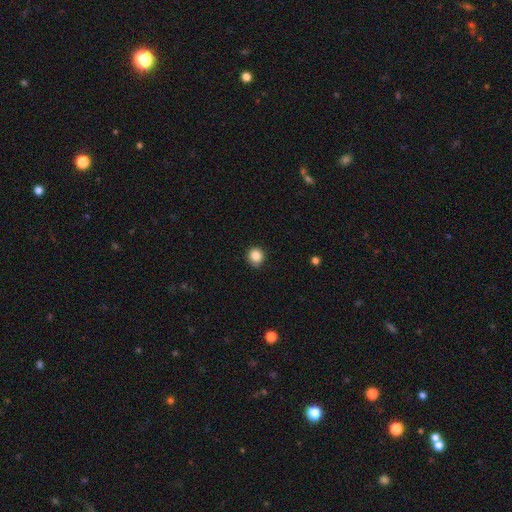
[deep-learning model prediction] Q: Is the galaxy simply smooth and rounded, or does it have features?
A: smooth — 85%.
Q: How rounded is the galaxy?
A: round — 89%.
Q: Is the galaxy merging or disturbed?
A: none — 84%.